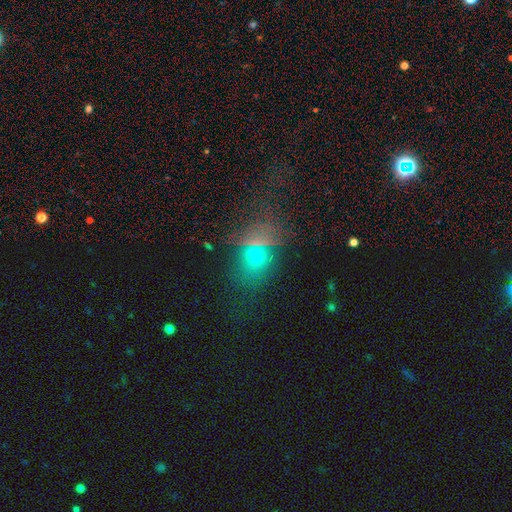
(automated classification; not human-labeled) Smooth or featured: smooth — 60% (star or artifact — 27%)
How rounded: round — 50% (in between — 48%)
Merging: none — 71% (minor disturbance — 14%)